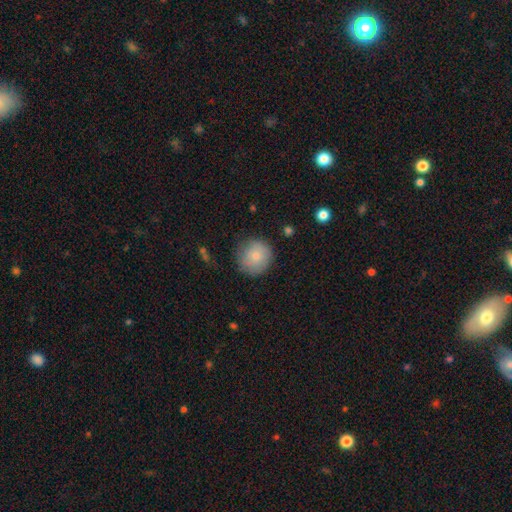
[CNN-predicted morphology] smooth-or-featured: smooth: 82% | featured or disk: 11% | star or artifact: 7%
  how-rounded: round: 94% | in between: 5% | cigar-shaped: 1%
  merging: none: 83% | minor disturbance: 12% | major disturbance: 3% | merger: 1%